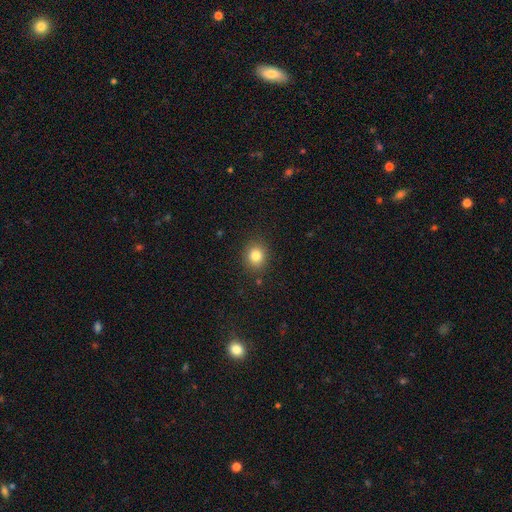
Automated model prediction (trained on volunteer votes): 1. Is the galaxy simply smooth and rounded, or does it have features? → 83% smooth, 11% star or artifact, 6% featured or disk.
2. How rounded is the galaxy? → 76% round, 24% in between, 1% cigar-shaped.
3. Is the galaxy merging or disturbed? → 87% none, 8% minor disturbance, 3% major disturbance, 2% merger.